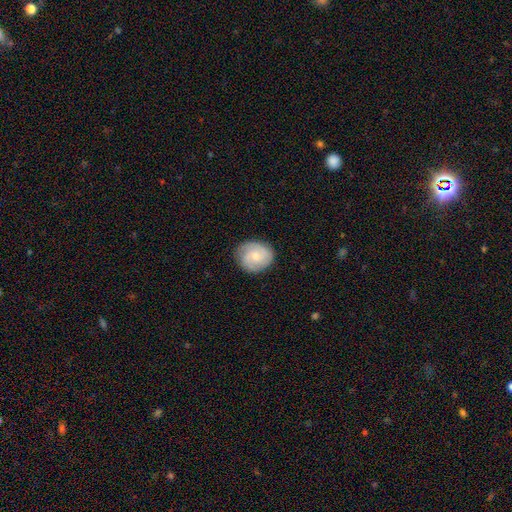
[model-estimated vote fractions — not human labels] This is possibly a featured or disk galaxy (55%). It is clearly not viewed edge-on (98%). Bar: likely no (70%). Spiral arm pattern: clearly yes (91%). Central bulge: possibly small (49%). Merging: clearly none (81%).